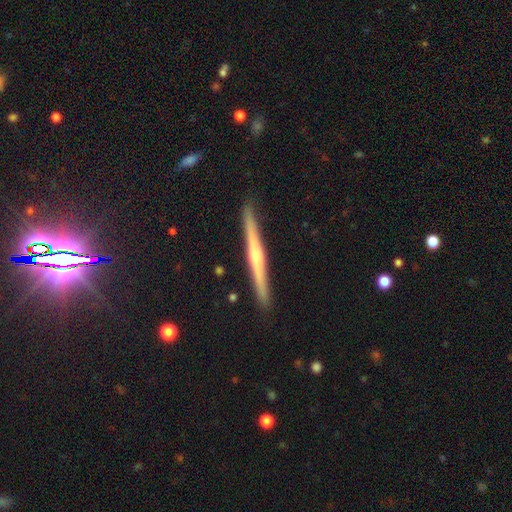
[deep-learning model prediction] featured or disk 70%, smooth 23%, star or artifact 6%. Down the decision tree: edge-on disk — yes (98%); edge-on bulge — rounded (68%); merging — none (91%).